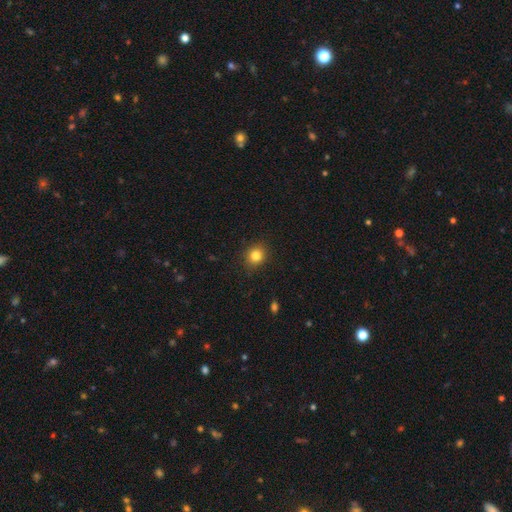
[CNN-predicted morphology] smooth-or-featured: smooth: 83% | star or artifact: 11% | featured or disk: 6%
  how-rounded: round: 79% | in between: 20% | cigar-shaped: 1%
  merging: none: 89% | minor disturbance: 7% | major disturbance: 2% | merger: 1%